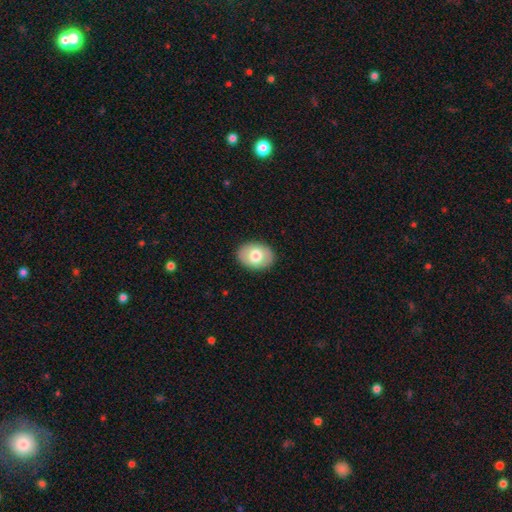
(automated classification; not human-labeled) smooth_or_featured: smooth (p=0.73) [alt: featured or disk p=0.20]
how_rounded: in between (p=0.74) [alt: round p=0.25]
merging: none (p=0.89) [alt: minor disturbance p=0.08]